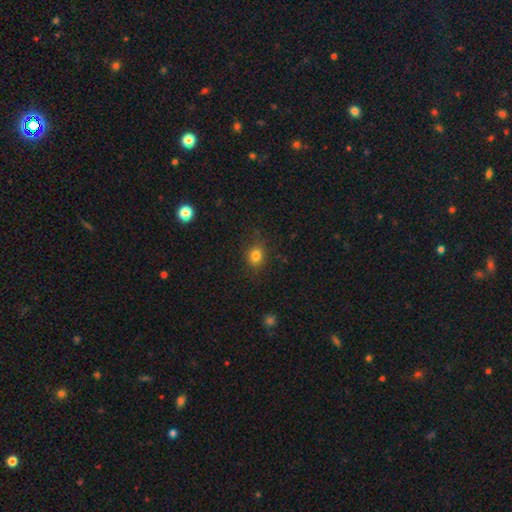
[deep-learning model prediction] This appears to be a smooth galaxy with no disk features (81%) that is round (66%). Merging: none (82%).